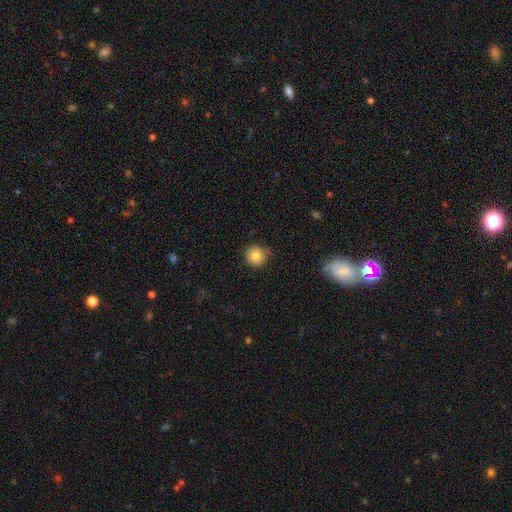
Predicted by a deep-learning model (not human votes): A smooth galaxy with no disk features (83%) that is round (93%).

Vote fractions:
- Smooth or featured? smooth: 83% / star or artifact: 11% / featured or disk: 7%
- How rounded? round: 93% / in between: 6% / cigar-shaped: 1%
- Merging? none: 77% / minor disturbance: 17% / major disturbance: 3% / merger: 2%